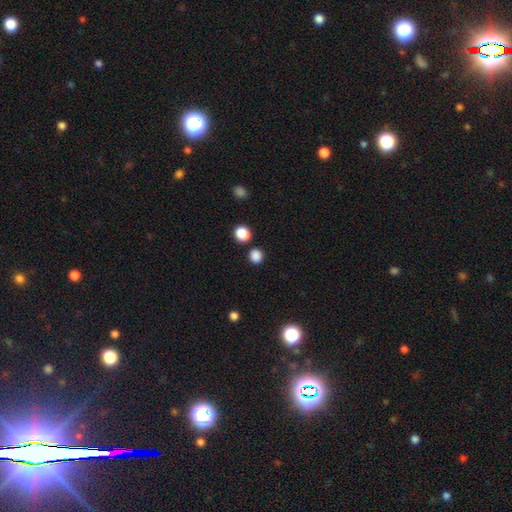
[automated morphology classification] A smooth galaxy with no disk features (85%) that is round (80%). Merging: none (82%).